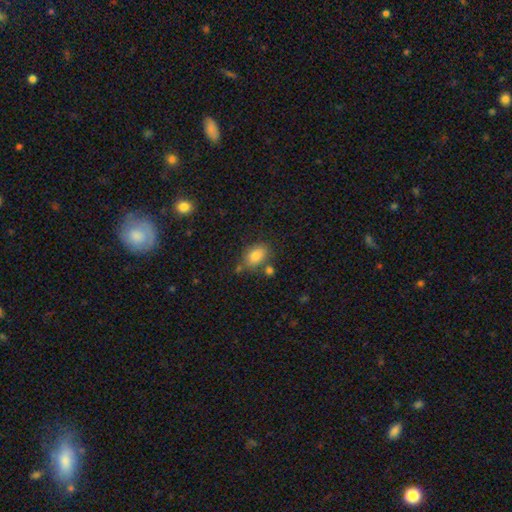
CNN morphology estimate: This is clearly a smooth galaxy (82%). How rounded: clearly in between (82%). Merging: likely none (63%).